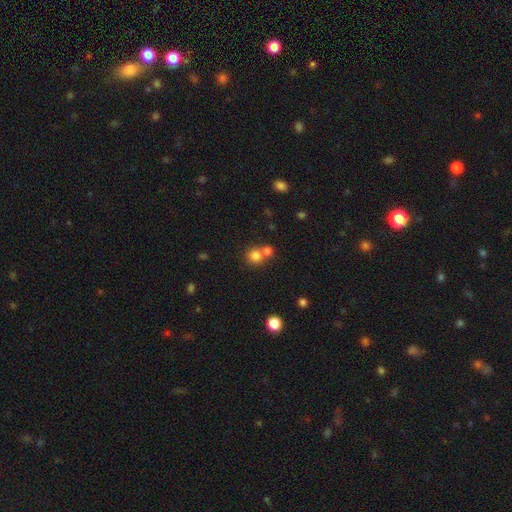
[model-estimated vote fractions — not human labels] smooth_or_featured: smooth (p=0.80) [alt: star or artifact p=0.13]
how_rounded: round (p=0.89) [alt: in between p=0.11]
merging: none (p=0.53) [alt: merger p=0.38]